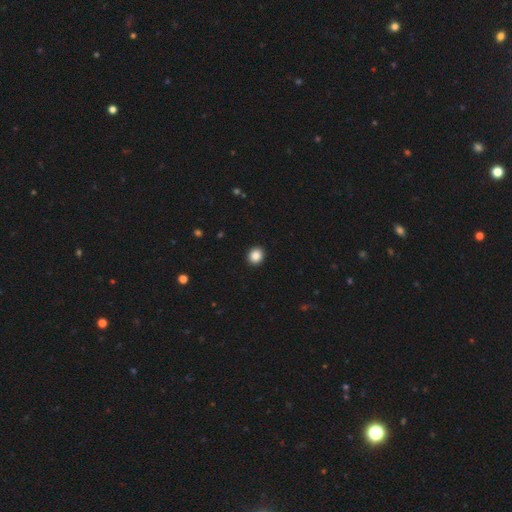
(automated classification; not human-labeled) Smooth or featured? smooth (87%)
How rounded? round (81%)
Merging? none (93%)